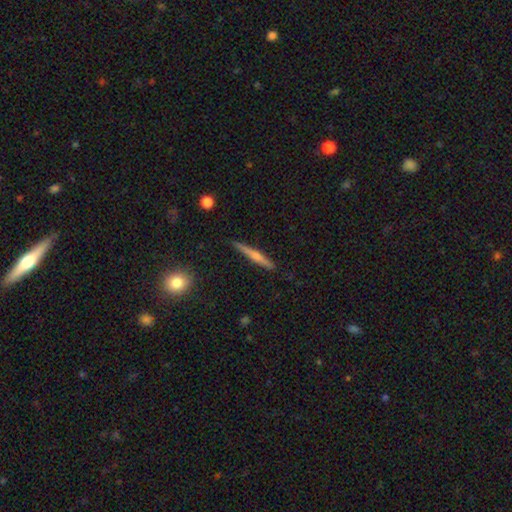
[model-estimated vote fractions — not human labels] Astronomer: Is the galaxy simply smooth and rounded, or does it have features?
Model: featured or disk — 57% (runner-up: smooth, 36%).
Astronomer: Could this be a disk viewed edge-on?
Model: yes — 98%.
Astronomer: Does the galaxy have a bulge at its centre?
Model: rounded — 67%.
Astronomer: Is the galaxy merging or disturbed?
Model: none — 89%.